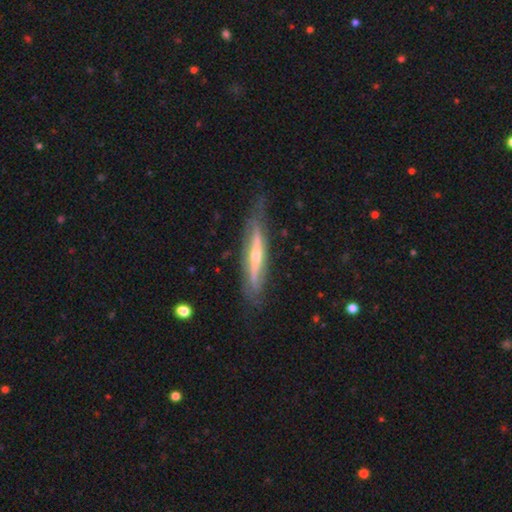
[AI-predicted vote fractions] Smooth or featured: featured or disk — 74% (smooth — 21%)
Edge-on disk: yes — 76% (no — 24%)
Edge-on bulge: rounded — 75% (none — 20%)
Merging: none — 69% (minor disturbance — 22%)